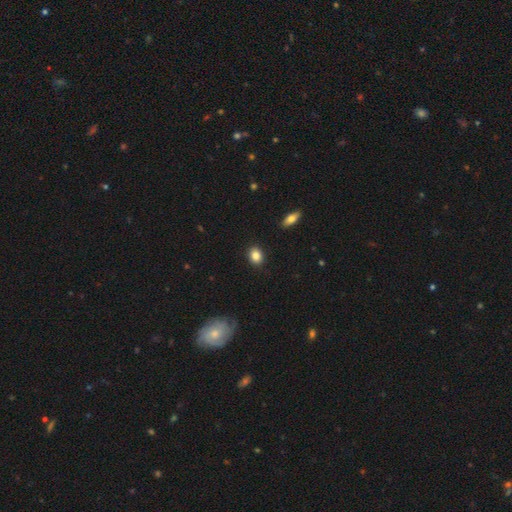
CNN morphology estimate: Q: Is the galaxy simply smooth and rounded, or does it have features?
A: smooth — 85%.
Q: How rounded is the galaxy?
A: in between — 50%.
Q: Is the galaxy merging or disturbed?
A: none — 90%.